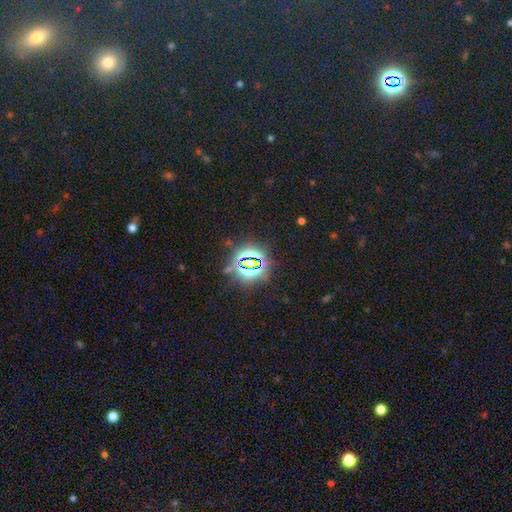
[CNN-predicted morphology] The model was most divided on "smooth or featured": star or artifact: 78%, smooth: 15%, featured or disk: 7%.